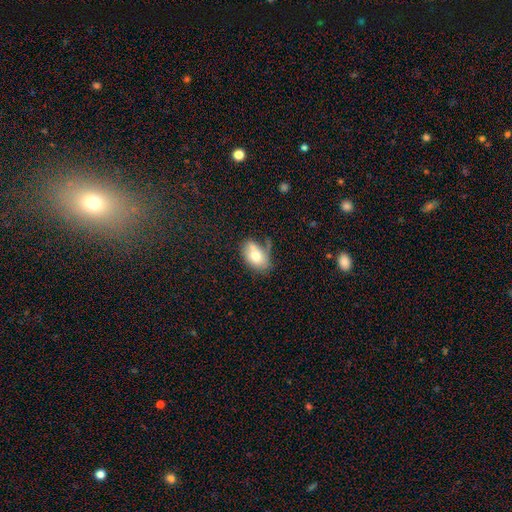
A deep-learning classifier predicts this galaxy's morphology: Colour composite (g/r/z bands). It shows a smooth galaxy with no disk features (72%) that is in between round and cigar-shaped (89%). Merging: none (50%).